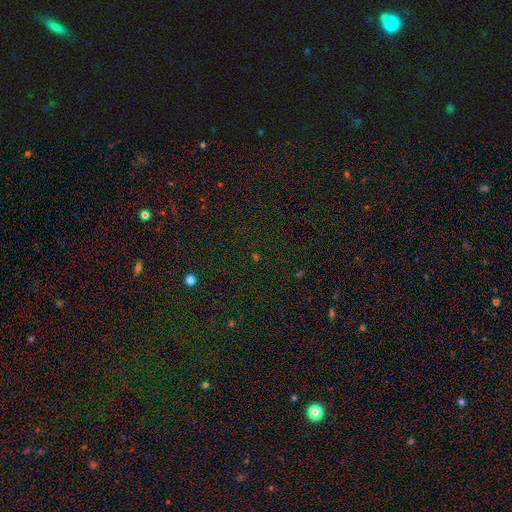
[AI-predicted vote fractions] This appears to be a star or artifact, not a galaxy (78%).